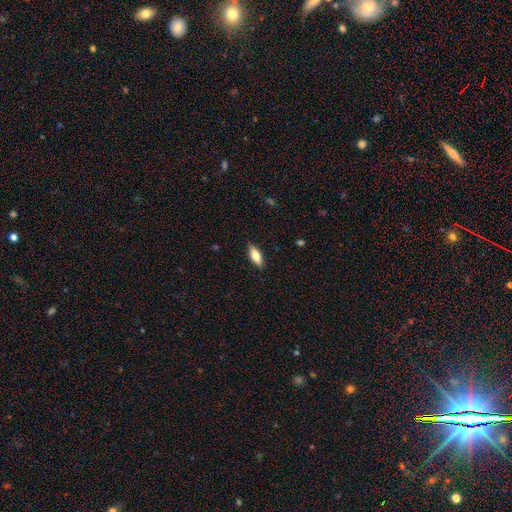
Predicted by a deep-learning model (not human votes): smooth 72%, featured or disk 22%, star or artifact 6%. Down the decision tree: how rounded — in between (73%); merging — none (88%).